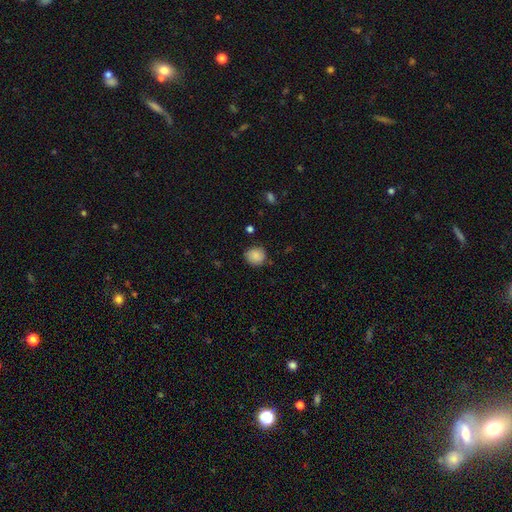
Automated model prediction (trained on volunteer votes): Q: Smooth or featured?
A: smooth (87%); runner-up: star or artifact (8%)
Q: How rounded?
A: round (83%); runner-up: in between (16%)
Q: Merging?
A: none (80%); runner-up: minor disturbance (15%)